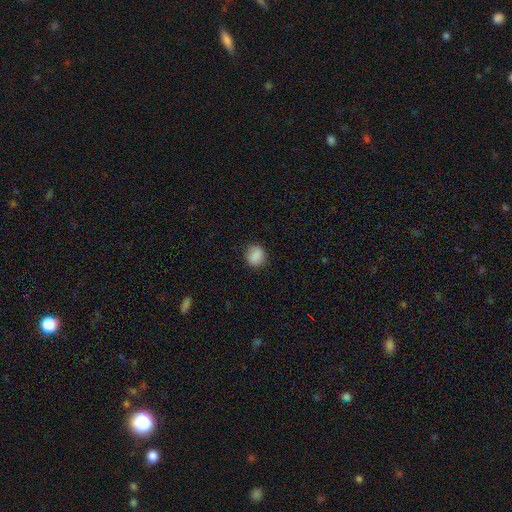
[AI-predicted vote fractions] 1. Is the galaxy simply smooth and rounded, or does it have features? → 87% smooth, 8% star or artifact, 4% featured or disk.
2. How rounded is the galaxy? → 80% round, 19% in between, 1% cigar-shaped.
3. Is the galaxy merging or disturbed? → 86% none, 10% minor disturbance, 3% major disturbance, 1% merger.